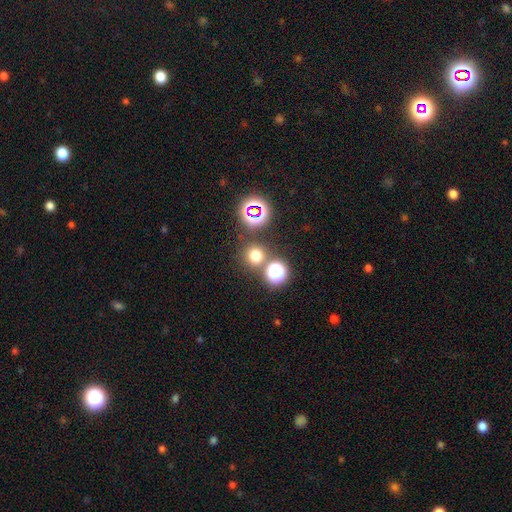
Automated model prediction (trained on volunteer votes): This appears to be a smooth galaxy with no disk features (67%) that is round (91%). Merging: none (77%).